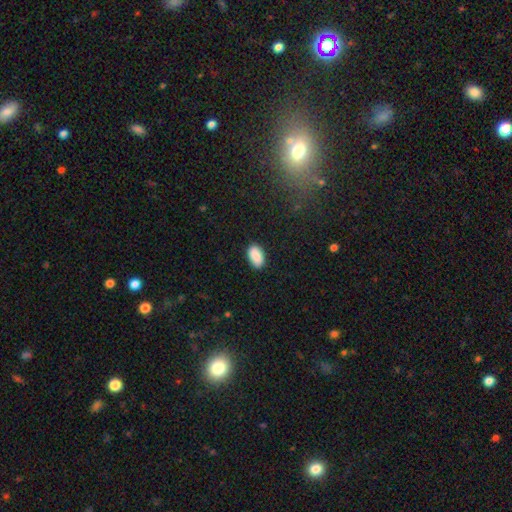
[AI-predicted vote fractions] Morphology: type=smooth (90%); roundness=in between (94%); merging=none (87%).